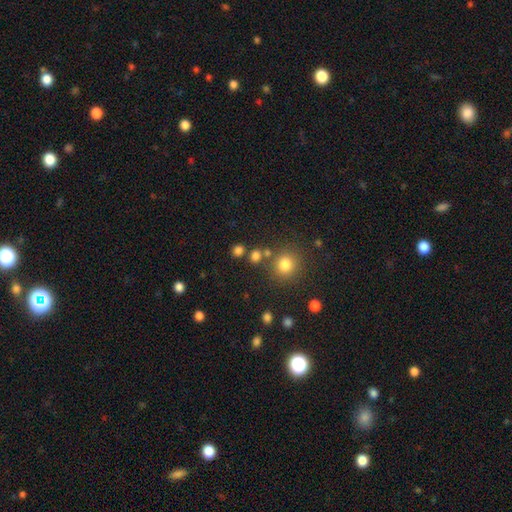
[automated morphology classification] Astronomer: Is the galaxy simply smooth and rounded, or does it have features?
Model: smooth — 77%.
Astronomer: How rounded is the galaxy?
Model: round — 77%.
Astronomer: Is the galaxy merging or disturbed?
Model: none — 73%.